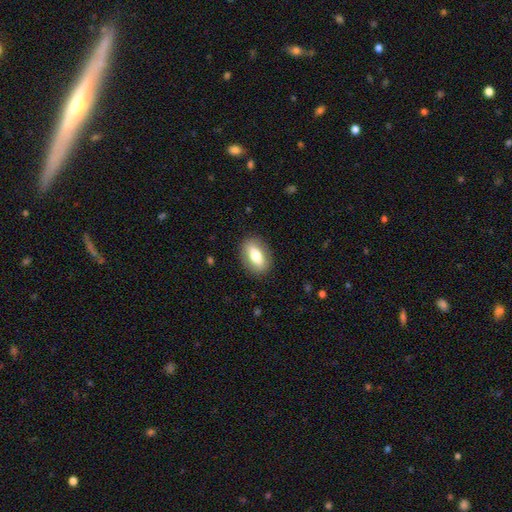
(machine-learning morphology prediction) The model was most divided on "smooth or featured": smooth: 71%, featured or disk: 22%, star or artifact: 7%. More confident: merging — none (87%); how rounded — in between (84%).